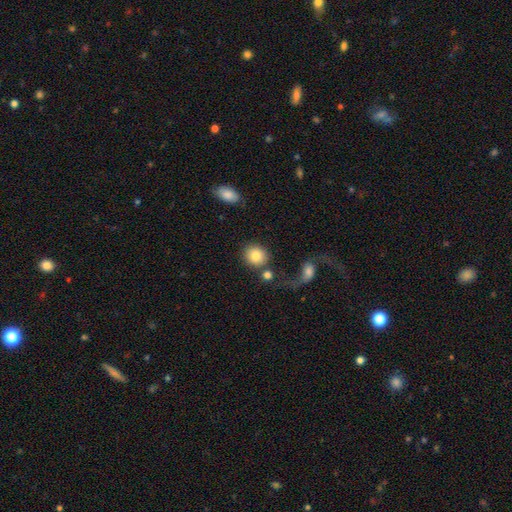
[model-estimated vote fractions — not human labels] A smooth galaxy with no disk features (84%) that is round (79%).

Vote fractions:
- Smooth or featured? smooth: 84% / star or artifact: 8% / featured or disk: 8%
- How rounded? round: 79% / in between: 20% / cigar-shaped: 1%
- Merging? none: 70% / merger: 13% / minor disturbance: 10% / major disturbance: 6%